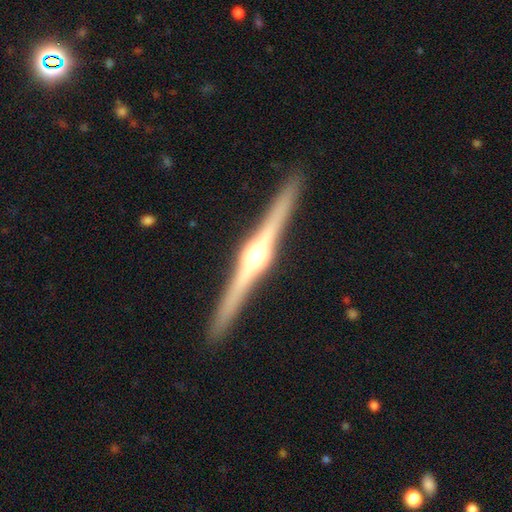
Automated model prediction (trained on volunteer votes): Q: Smooth or featured?
A: featured or disk (87%); runner-up: smooth (8%)
Q: Edge-on disk?
A: yes (99%); runner-up: no (1%)
Q: Edge-on bulge?
A: rounded (90%); runner-up: boxy (7%)
Q: Merging?
A: none (93%); runner-up: minor disturbance (5%)